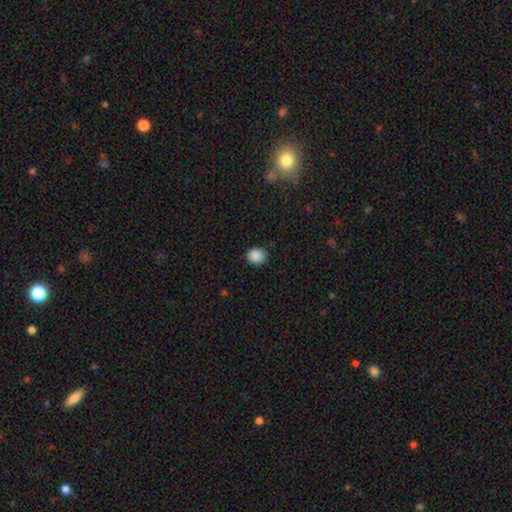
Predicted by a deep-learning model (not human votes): smooth 88%, star or artifact 9%, featured or disk 3%. Down the decision tree: how rounded — round (74%); merging — none (87%).